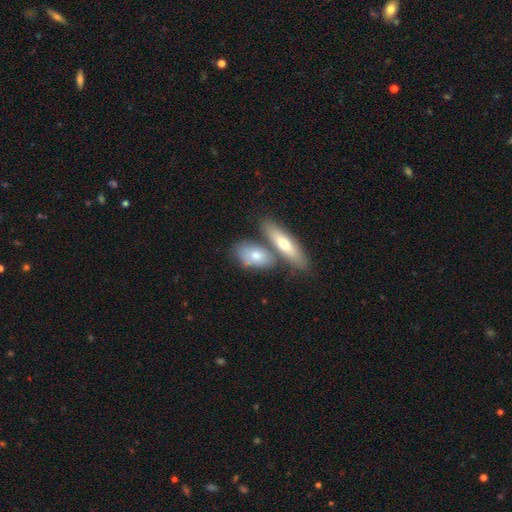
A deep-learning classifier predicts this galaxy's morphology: smooth 67%, featured or disk 28%, star or artifact 5%. Down the decision tree: how rounded — in between (75%); merging — none (48%).